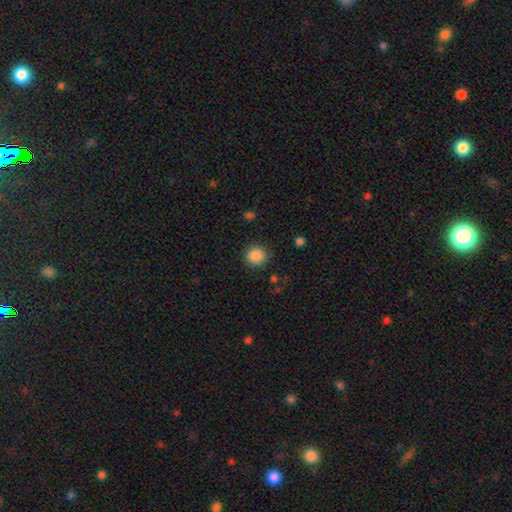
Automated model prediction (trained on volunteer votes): Q: Smooth or featured?
A: smooth (87%); runner-up: star or artifact (9%)
Q: How rounded?
A: round (89%); runner-up: in between (10%)
Q: Merging?
A: none (87%); runner-up: minor disturbance (8%)